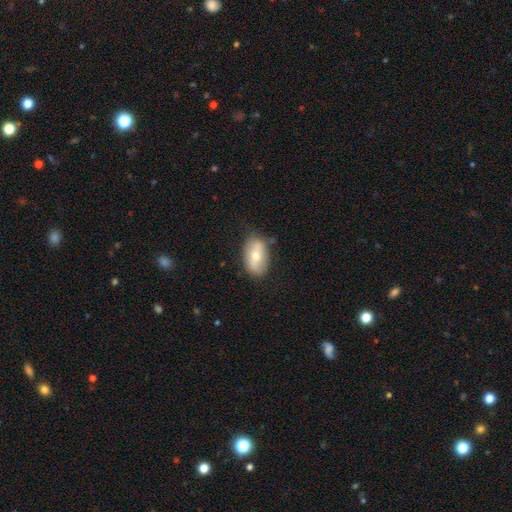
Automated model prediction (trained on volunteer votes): smooth_or_featured: smooth (p=0.59) [alt: featured or disk p=0.34]
how_rounded: in between (p=0.90) [alt: round p=0.07]
merging: none (p=0.75) [alt: minor disturbance p=0.18]